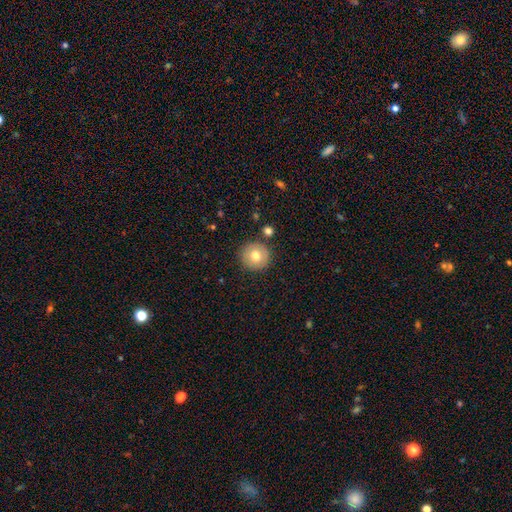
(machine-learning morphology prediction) A smooth galaxy with no disk features (74%) that is round (95%).

Vote fractions:
- Smooth or featured? smooth: 74% / featured or disk: 17% / star or artifact: 9%
- How rounded? round: 95% / in between: 4% / cigar-shaped: 1%
- Merging? none: 87% / minor disturbance: 7% / merger: 3% / major disturbance: 2%